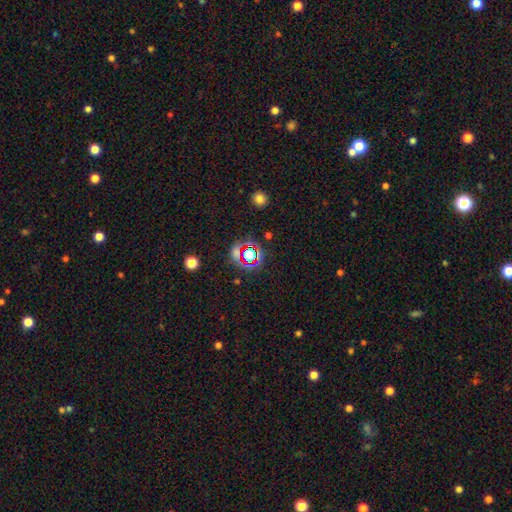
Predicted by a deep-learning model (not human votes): This appears to be a star or artifact, not a galaxy (66%).